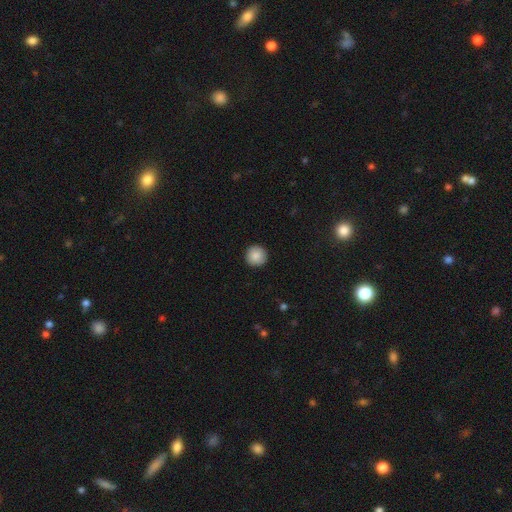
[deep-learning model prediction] smooth-or-featured: smooth: 88% | star or artifact: 8% | featured or disk: 4%
  how-rounded: round: 96% | in between: 3% | cigar-shaped: 1%
  merging: none: 92% | minor disturbance: 5% | major disturbance: 1% | merger: 1%